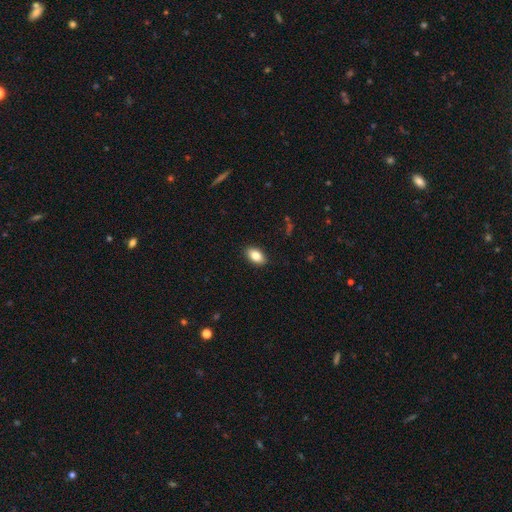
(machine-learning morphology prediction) The model was most divided on "smooth or featured": smooth: 85%, star or artifact: 8%, featured or disk: 7%. More confident: how rounded — in between (91%); merging — none (89%).